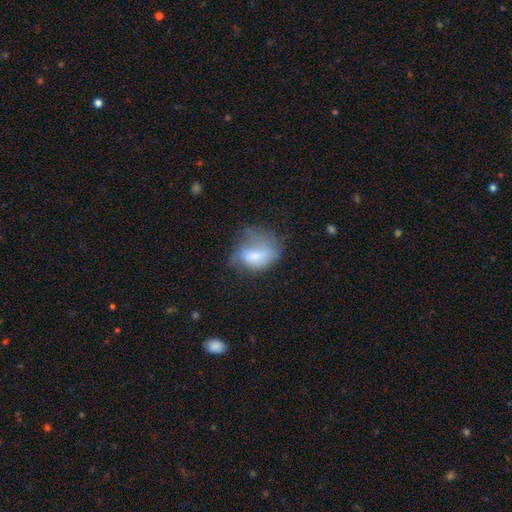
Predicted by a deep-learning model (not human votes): This is likely a smooth galaxy (64%). How rounded: likely in between (71%). Merging: marginally major disturbance (37%).